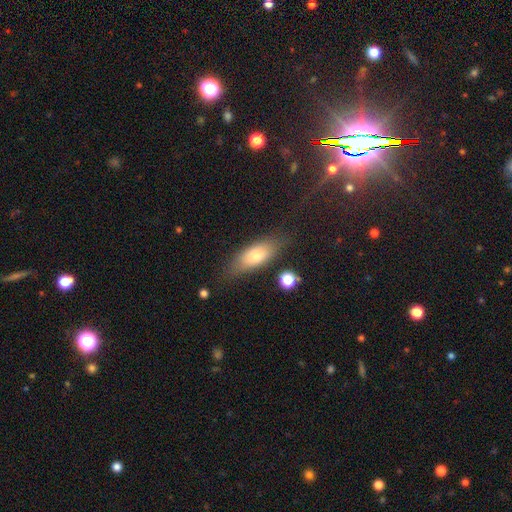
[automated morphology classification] Q: Smooth or featured?
A: smooth (70%); runner-up: featured or disk (21%)
Q: How rounded?
A: in between (71%); runner-up: cigar-shaped (25%)
Q: Merging?
A: none (76%); runner-up: minor disturbance (16%)